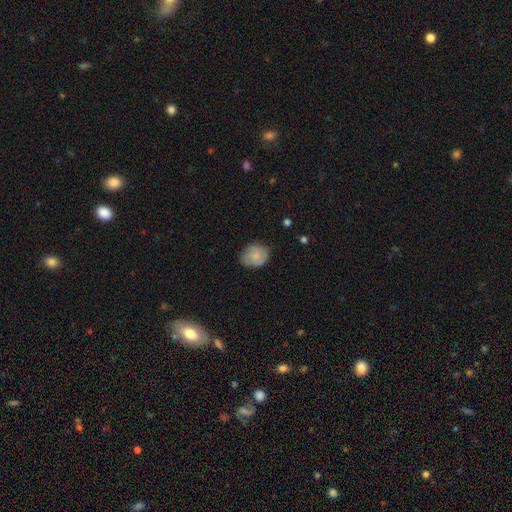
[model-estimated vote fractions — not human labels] smooth 50%, featured or disk 42%, star or artifact 7%. Down the decision tree: how rounded — round (58%); merging — none (74%).